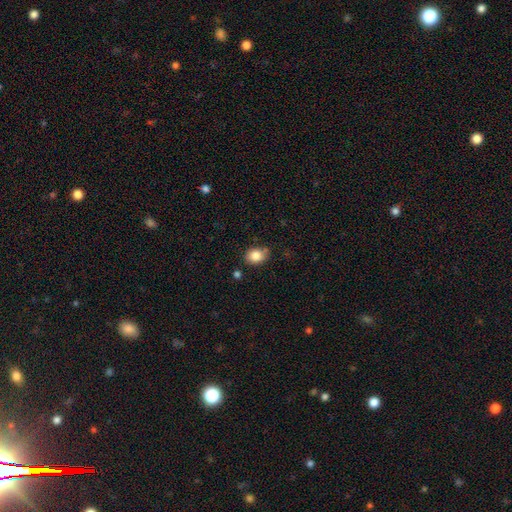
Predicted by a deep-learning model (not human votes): smooth-or-featured: smooth: 85% | star or artifact: 9% | featured or disk: 7%
  how-rounded: in between: 57% | round: 42% | cigar-shaped: 1%
  merging: none: 77% | minor disturbance: 16% | merger: 4% | major disturbance: 3%